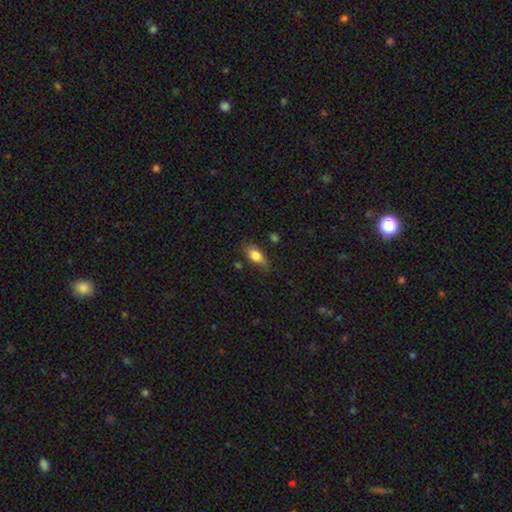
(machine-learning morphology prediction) This appears to be a smooth galaxy with no disk features (79%) that is in between round and cigar-shaped (85%). Merging: none (73%).